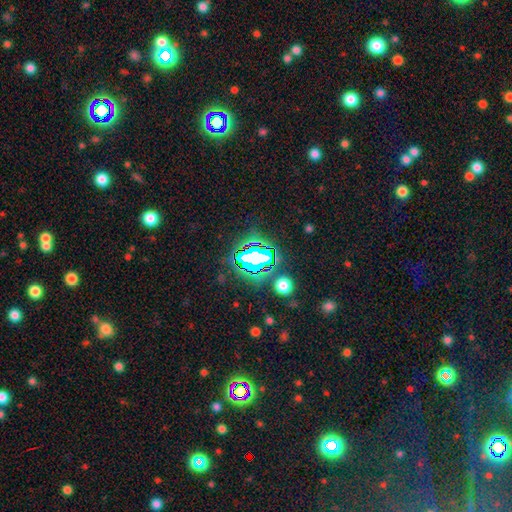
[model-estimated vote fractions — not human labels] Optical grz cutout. It shows a star or artifact, not a galaxy (80%).